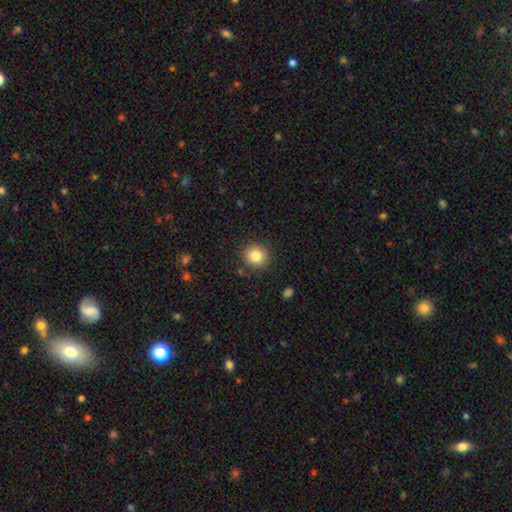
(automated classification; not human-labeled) Overall: smooth (84%). How rounded: round (86%). Merging: none (87%).